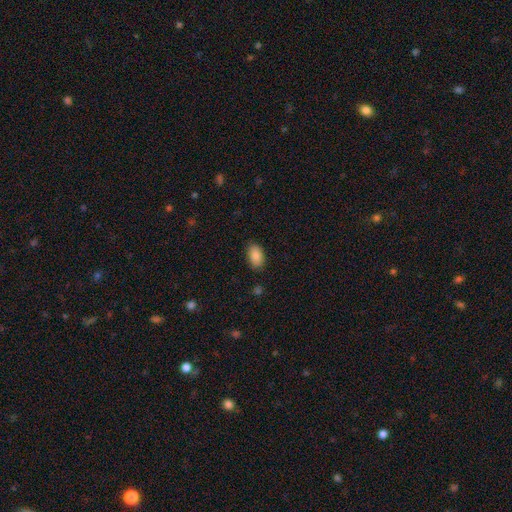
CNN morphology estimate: A smooth galaxy with no disk features (87%) that is in between round and cigar-shaped (92%).

Vote fractions:
- Smooth or featured? smooth: 87% / star or artifact: 7% / featured or disk: 6%
- How rounded? in between: 92% / round: 6% / cigar-shaped: 2%
- Merging? none: 85% / minor disturbance: 11% / major disturbance: 3% / merger: 1%